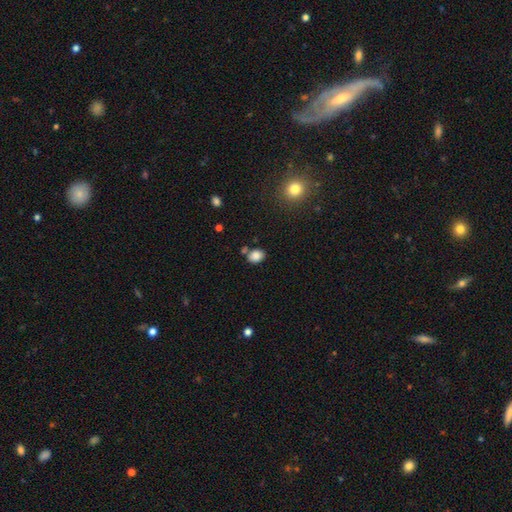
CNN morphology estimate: smooth 85%, star or artifact 10%, featured or disk 6%. Down the decision tree: how rounded — in between (64%); merging — none (70%).